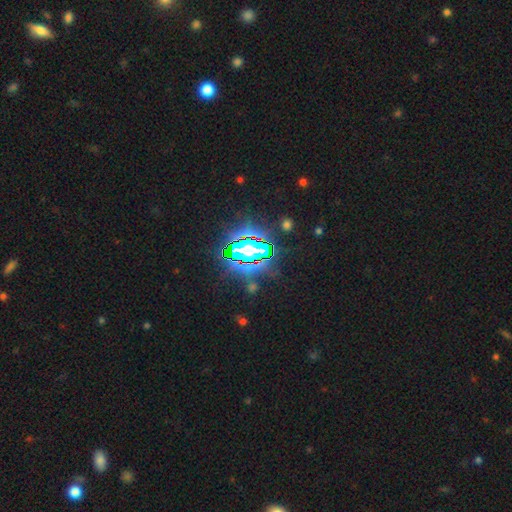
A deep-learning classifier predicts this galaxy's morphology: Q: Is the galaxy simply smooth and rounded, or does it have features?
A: star or artifact — 83%.